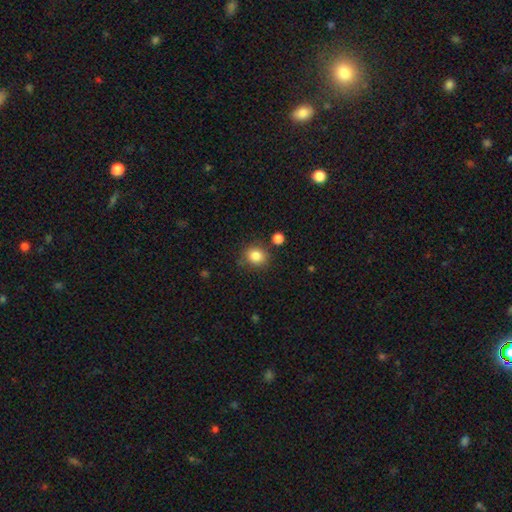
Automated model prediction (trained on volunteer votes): Morphology: type=smooth (84%); roundness=round (78%); merging=none (78%).